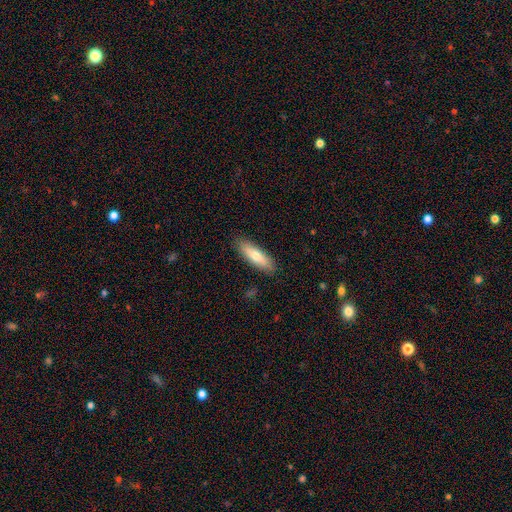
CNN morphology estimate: smooth 71%, featured or disk 23%, star or artifact 6%. Down the decision tree: how rounded — cigar-shaped (54%); merging — none (88%).